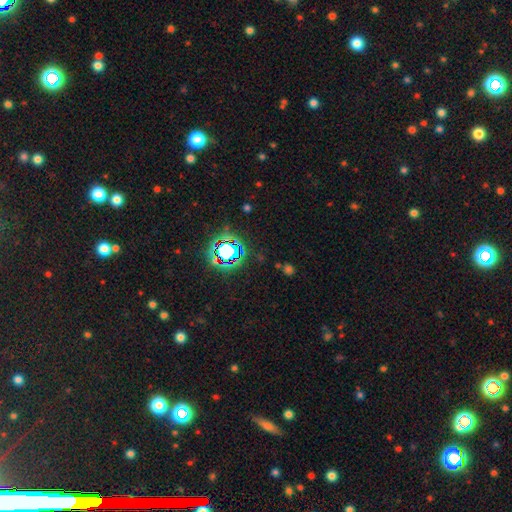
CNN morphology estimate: Smooth or featured? Predicted: star or artifact (p=0.76).